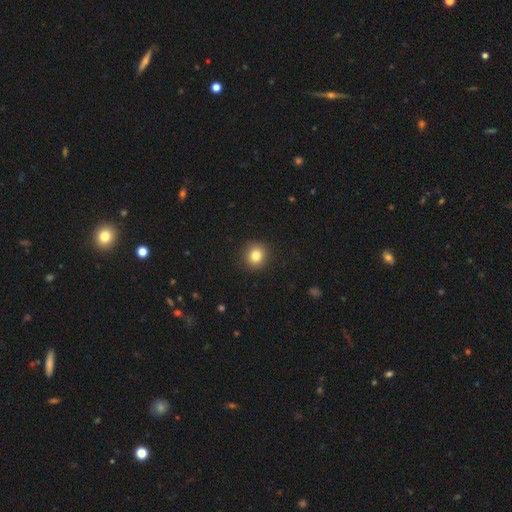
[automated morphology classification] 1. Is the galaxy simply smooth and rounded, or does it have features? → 82% smooth, 11% star or artifact, 7% featured or disk.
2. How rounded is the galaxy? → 88% round, 11% in between, 1% cigar-shaped.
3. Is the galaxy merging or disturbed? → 91% none, 6% minor disturbance, 2% major disturbance, 1% merger.